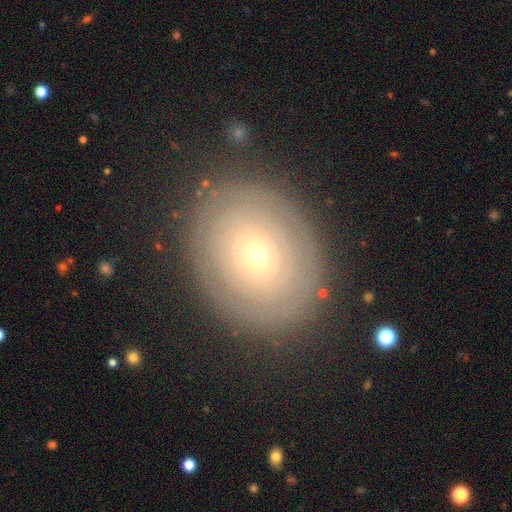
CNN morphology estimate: type=featured or disk (47%); merging=none (83%).